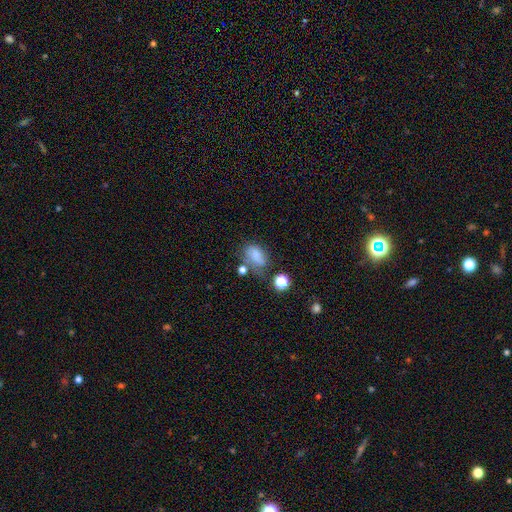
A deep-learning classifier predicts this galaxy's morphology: A smooth galaxy with no disk features (60%) that is in between round and cigar-shaped (74%).

Vote fractions:
- Smooth or featured? smooth: 60% / featured or disk: 24% / star or artifact: 16%
- How rounded? in between: 74% / round: 24% / cigar-shaped: 2%
- Merging? none: 35% / minor disturbance: 28% / major disturbance: 24% / merger: 13%